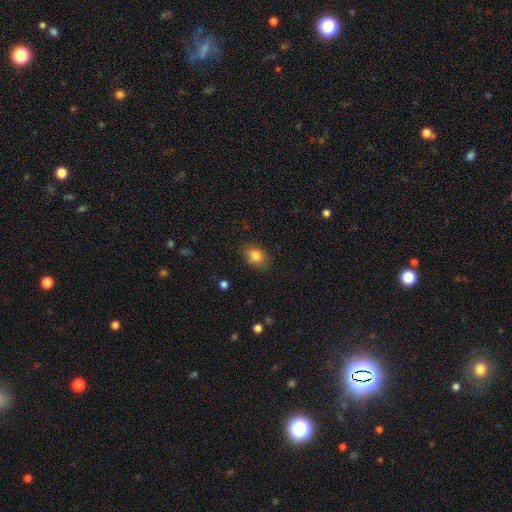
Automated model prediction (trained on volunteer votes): The model was most divided on "how rounded": in between: 63%, round: 36%, cigar-shaped: 1%. More confident: merging — none (82%); smooth or featured — smooth (82%).